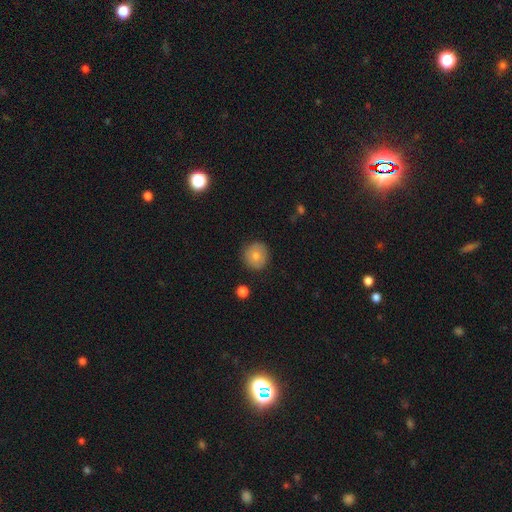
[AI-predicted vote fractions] A smooth galaxy with no disk features (75%) that is round (90%).

Vote fractions:
- Smooth or featured? smooth: 75% / featured or disk: 16% / star or artifact: 9%
- How rounded? round: 90% / in between: 9% / cigar-shaped: 1%
- Merging? none: 86% / minor disturbance: 11% / major disturbance: 2% / merger: 1%